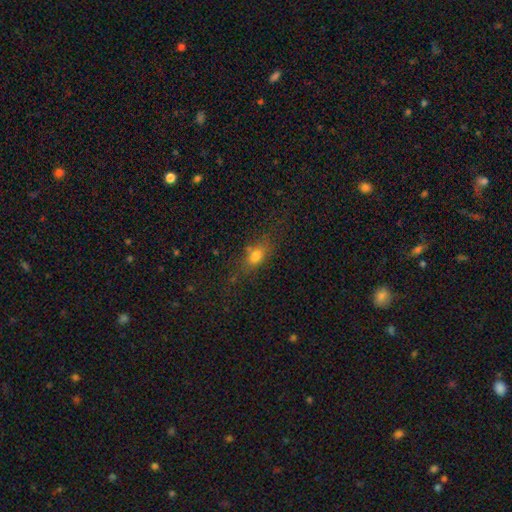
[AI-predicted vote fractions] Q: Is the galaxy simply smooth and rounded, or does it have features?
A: smooth — 74%.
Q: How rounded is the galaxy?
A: in between — 72%.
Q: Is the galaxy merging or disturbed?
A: none — 64%.